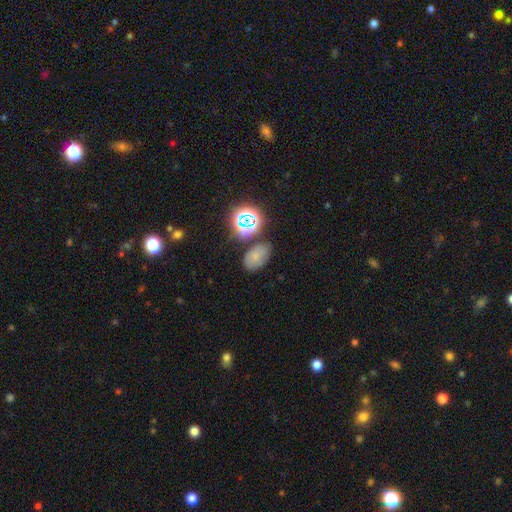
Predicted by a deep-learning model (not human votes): Q: Smooth or featured?
A: smooth (62%); runner-up: star or artifact (24%)
Q: How rounded?
A: in between (83%); runner-up: round (16%)
Q: Merging?
A: none (67%); runner-up: minor disturbance (18%)